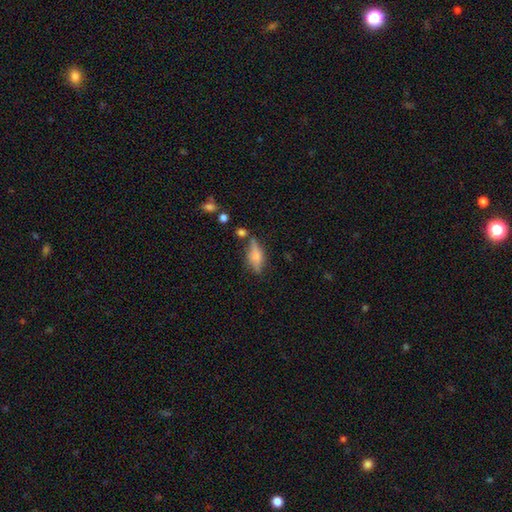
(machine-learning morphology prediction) This is possibly a smooth galaxy (55%). How rounded: likely in between (64%). Merging: possibly none (58%).